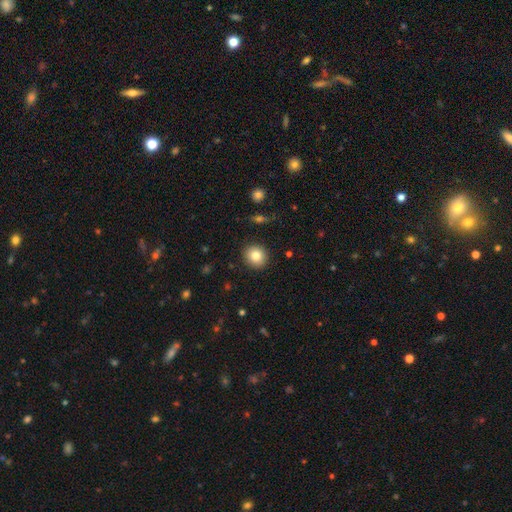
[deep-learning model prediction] smooth_or_featured: smooth (p=0.81) [alt: star or artifact p=0.10]
how_rounded: round (p=0.84) [alt: in between p=0.15]
merging: none (p=0.90) [alt: minor disturbance p=0.07]